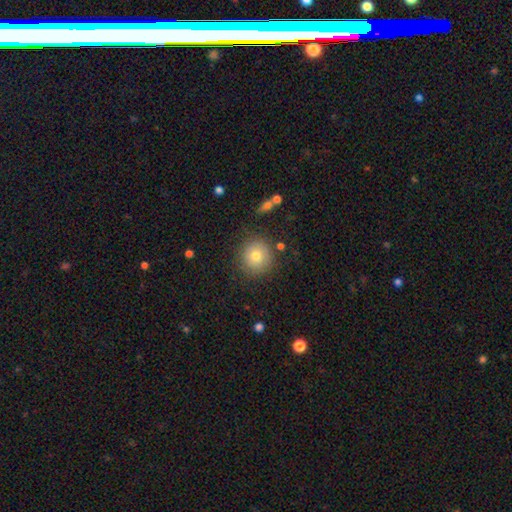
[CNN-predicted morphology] Smooth or featured: smooth — 75% (featured or disk — 13%)
How rounded: round — 91% (in between — 8%)
Merging: none — 85% (minor disturbance — 9%)